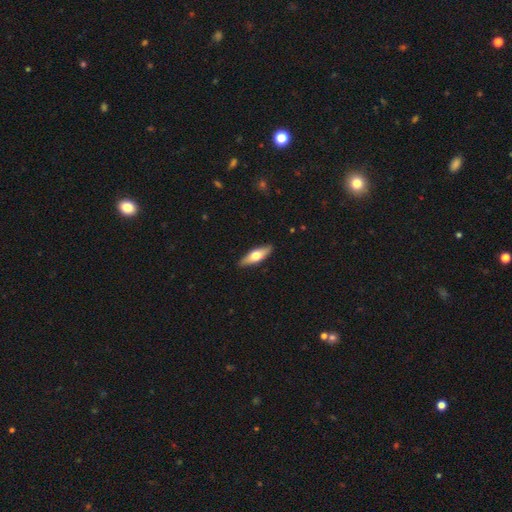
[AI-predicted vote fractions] smooth_or_featured: smooth (p=0.52) [alt: featured or disk p=0.43]
how_rounded: cigar-shaped (p=0.49) [alt: in between p=0.48]
merging: none (p=0.89) [alt: minor disturbance p=0.08]